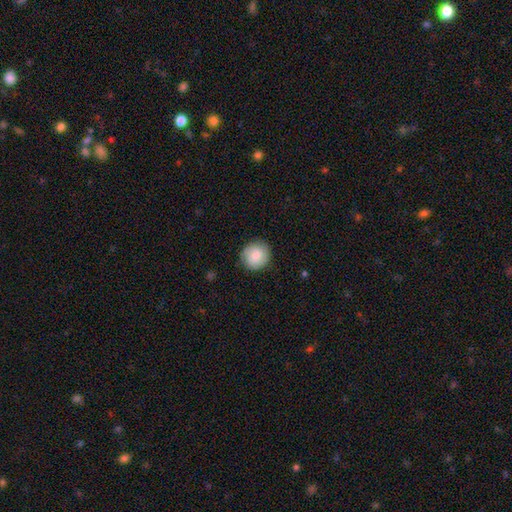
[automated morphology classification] A smooth galaxy with no disk features (75%) that is round (92%). Merging: none (84%).